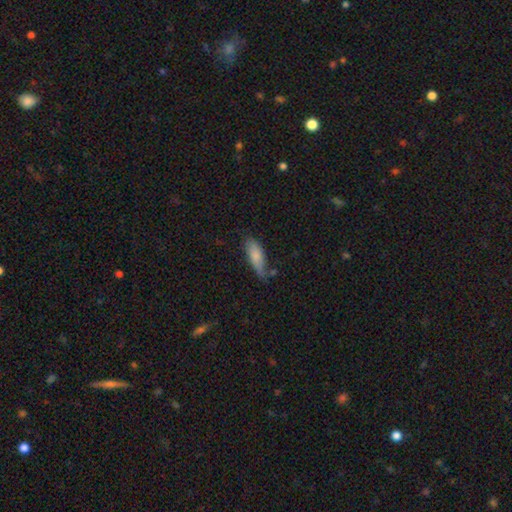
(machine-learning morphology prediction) The model was most divided on "merging": none: 55%, minor disturbance: 31%, major disturbance: 8%, merger: 6%. More confident: smooth or featured — smooth (81%); how rounded — in between (63%).